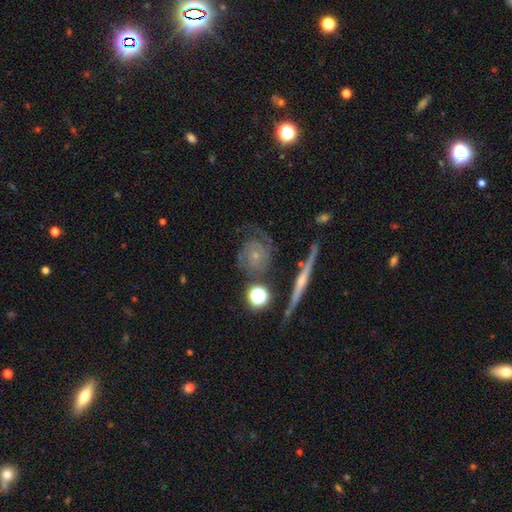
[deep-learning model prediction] This is likely a featured or disk galaxy (79%). It is clearly not viewed edge-on (87%). Bar: likely no (79%). Spiral arm pattern: clearly yes (92%). Spiral arm count: possibly 2 (58%). Spiral winding: possibly tight (58%). Central bulge: likely small (72%). Merging: likely none (68%).